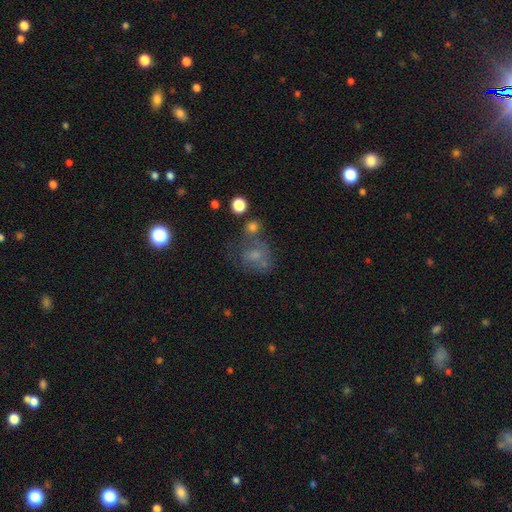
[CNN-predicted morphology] This appears to be a smooth galaxy with no disk features (53%) that is round (58%). Merging: none (38%).